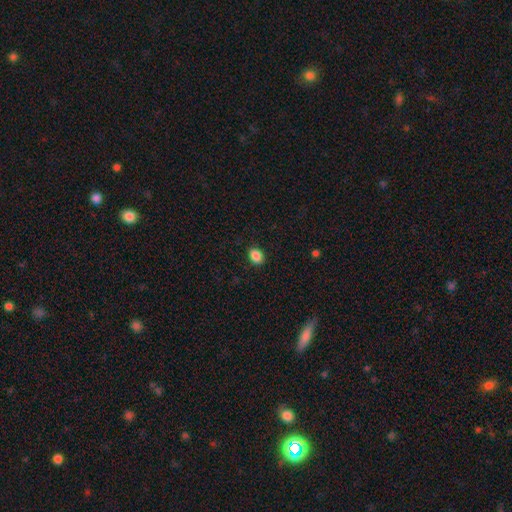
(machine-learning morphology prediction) The model was most divided on "how rounded": in between: 68%, round: 31%, cigar-shaped: 1%. More confident: merging — none (88%); smooth or featured — smooth (88%).